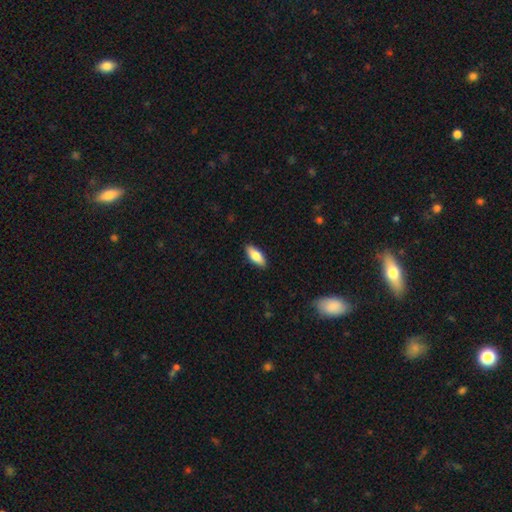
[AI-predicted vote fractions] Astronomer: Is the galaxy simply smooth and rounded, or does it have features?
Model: smooth — 78%.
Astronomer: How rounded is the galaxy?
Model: in between — 77%.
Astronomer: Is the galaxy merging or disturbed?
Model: none — 90%.